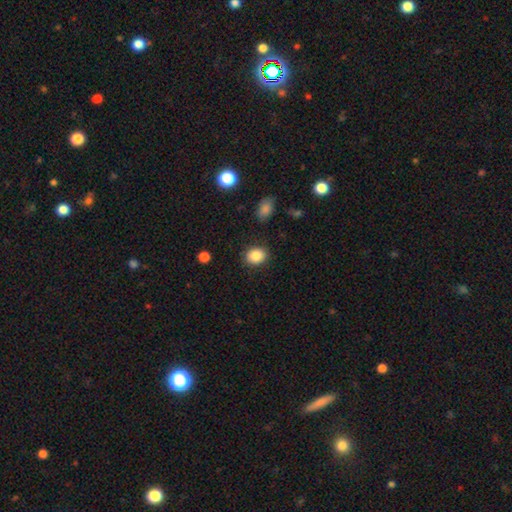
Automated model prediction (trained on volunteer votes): This is clearly a smooth galaxy (86%). How rounded: possibly round (56%). Merging: clearly none (88%).